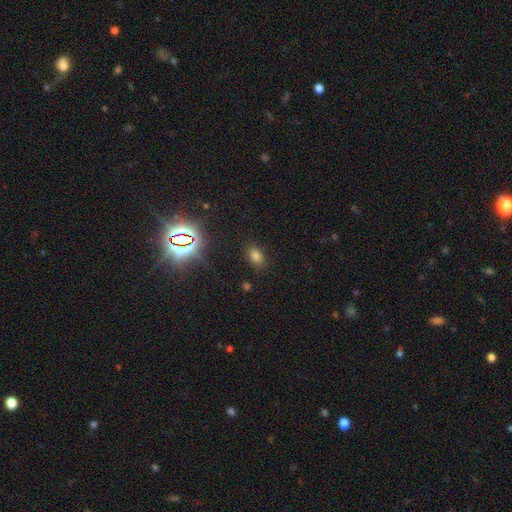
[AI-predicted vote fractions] This appears to be a smooth galaxy with no disk features (70%) that is in between round and cigar-shaped (79%). Merging: none (84%).